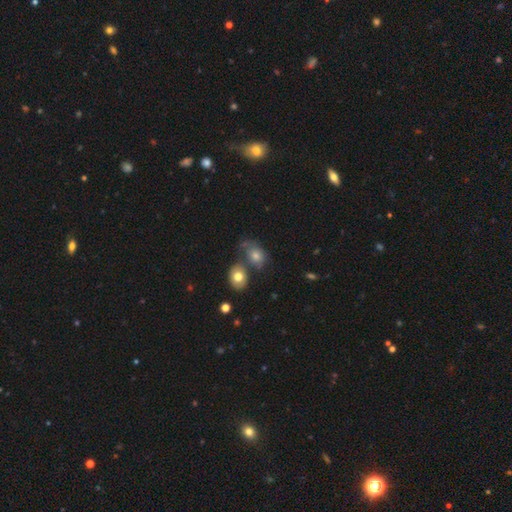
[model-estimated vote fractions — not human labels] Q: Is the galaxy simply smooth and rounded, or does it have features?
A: smooth — 73%.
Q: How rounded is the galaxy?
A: in between — 65%.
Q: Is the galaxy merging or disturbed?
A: none — 37%.